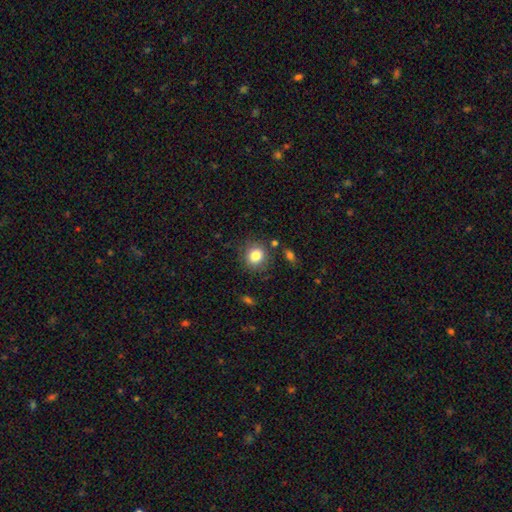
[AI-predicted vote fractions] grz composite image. It shows a smooth galaxy with no disk features (82%) that is round (84%). Merging: none (82%).